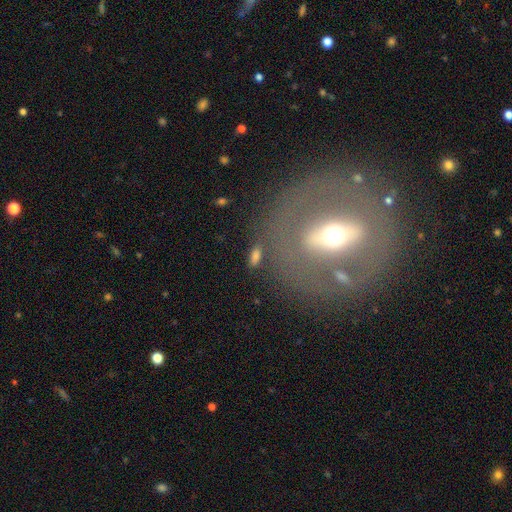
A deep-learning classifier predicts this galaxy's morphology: A smooth galaxy with no disk features (72%) that is in between round and cigar-shaped (80%). Merging: none (74%).